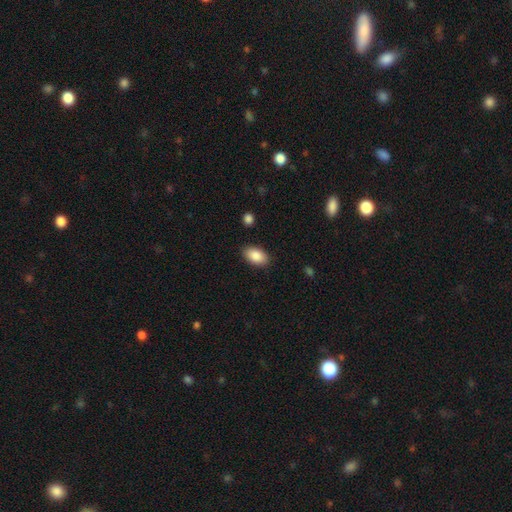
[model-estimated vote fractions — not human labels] The model was most divided on "merging": none: 88%, minor disturbance: 9%, major disturbance: 2%, merger: 1%. More confident: how rounded — in between (93%); smooth or featured — smooth (88%).